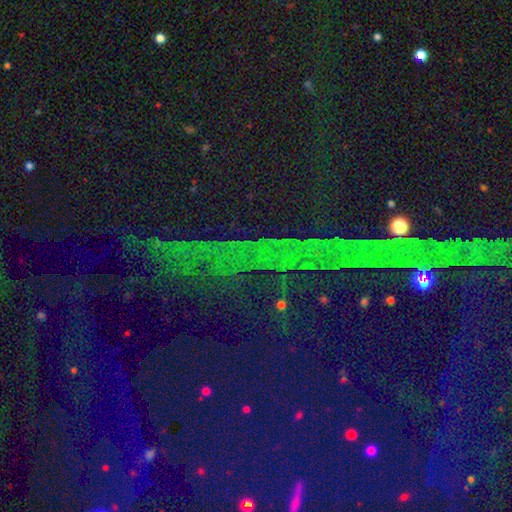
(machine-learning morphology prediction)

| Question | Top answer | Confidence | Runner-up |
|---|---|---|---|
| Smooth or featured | star or artifact | 81% | smooth (10%) |